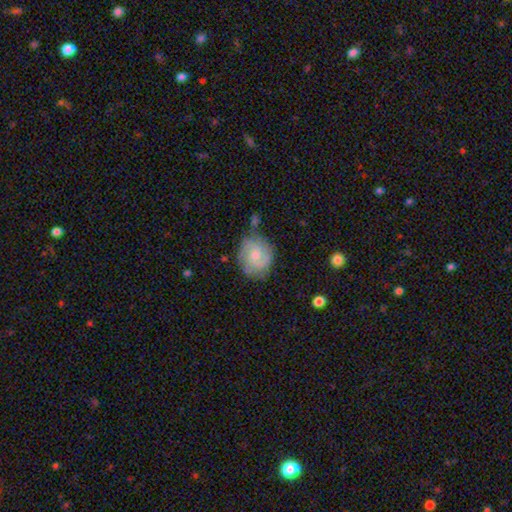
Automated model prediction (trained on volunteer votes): The model was most divided on "bulge size": small: 47%, moderate: 46%, none: 4%, large: 3%, dominant: 1%. Remaining: edge-on disk — no (98%); spiral arms — yes (90%); merging — none (69%); bar — no (64%); smooth or featured — featured or disk (62%); spiral arm count — 2 (57%); spiral winding — tight (45%).